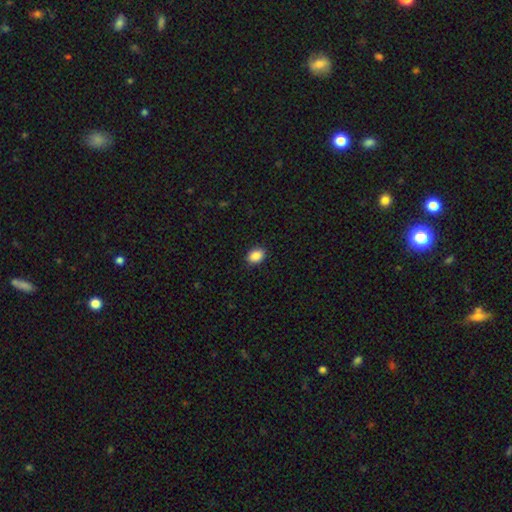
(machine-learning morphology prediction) Smooth or featured?
  - smooth: 89% *
  - star or artifact: 8%
  - featured or disk: 3%
How rounded?
  - in between: 72% *
  - round: 27%
  - cigar-shaped: 1%
Merging?
  - none: 89% *
  - minor disturbance: 8%
  - major disturbance: 2%
  - merger: 1%